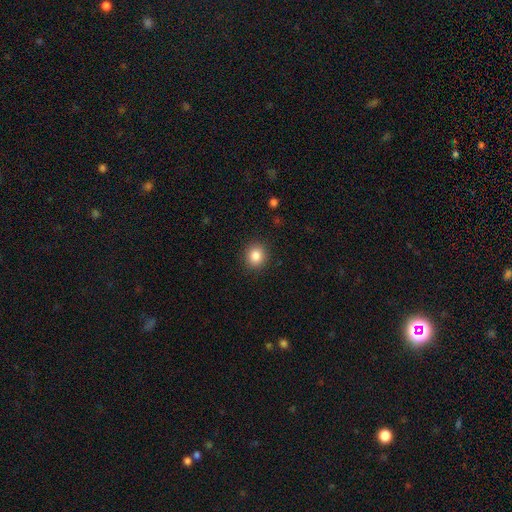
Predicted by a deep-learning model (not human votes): Morphology: type=smooth (85%); roundness=round (81%); merging=none (90%).